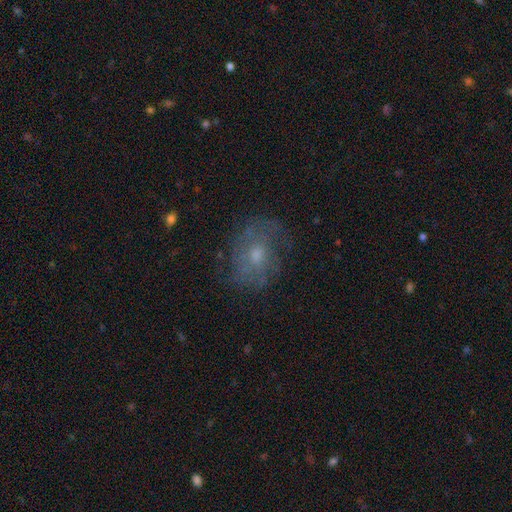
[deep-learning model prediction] Smooth or featured?
  - featured or disk: 54% *
  - smooth: 34%
  - star or artifact: 12%
Edge-on disk?
  - no: 96% *
  - yes: 4%
Bar?
  - no: 78% *
  - weak: 19%
  - strong: 3%
Spiral arms?
  - yes: 67% *
  - no: 33%
Bulge size?
  - moderate: 53% *
  - small: 37%
  - large: 5%
  - none: 4%
  - dominant: 1%
Merging?
  - none: 67% *
  - minor disturbance: 20%
  - major disturbance: 12%
  - merger: 1%